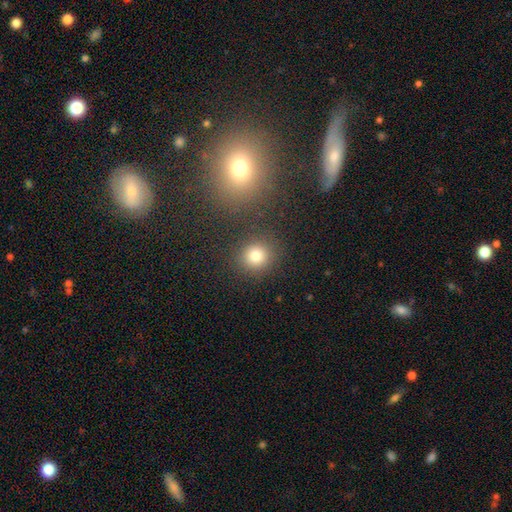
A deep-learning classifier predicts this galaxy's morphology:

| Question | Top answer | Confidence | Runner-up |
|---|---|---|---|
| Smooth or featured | smooth | 80% | star or artifact (14%) |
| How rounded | round | 87% | in between (12%) |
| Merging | none | 83% | minor disturbance (8%) |